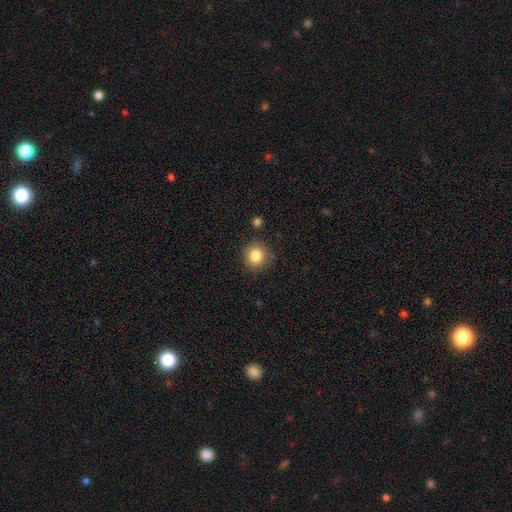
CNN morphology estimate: A smooth galaxy with no disk features (84%) that is round (92%).

Vote fractions:
- Smooth or featured? smooth: 84% / star or artifact: 10% / featured or disk: 5%
- How rounded? round: 92% / in between: 7% / cigar-shaped: 1%
- Merging? none: 86% / minor disturbance: 9% / major disturbance: 3% / merger: 3%